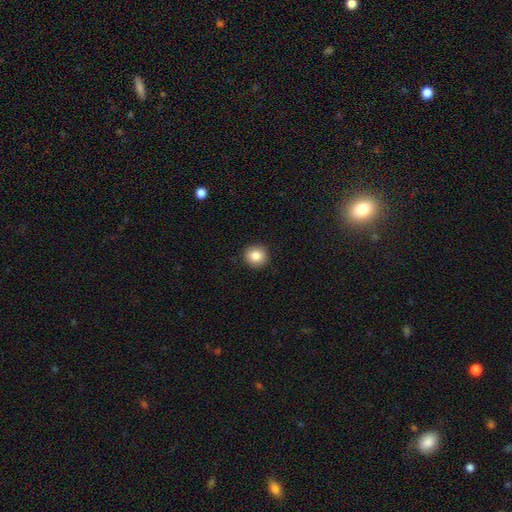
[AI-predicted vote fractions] A smooth galaxy with no disk features (84%) that is round (92%).

Vote fractions:
- Smooth or featured? smooth: 84% / star or artifact: 9% / featured or disk: 6%
- How rounded? round: 92% / in between: 7% / cigar-shaped: 1%
- Merging? none: 92% / minor disturbance: 5% / major disturbance: 2% / merger: 1%